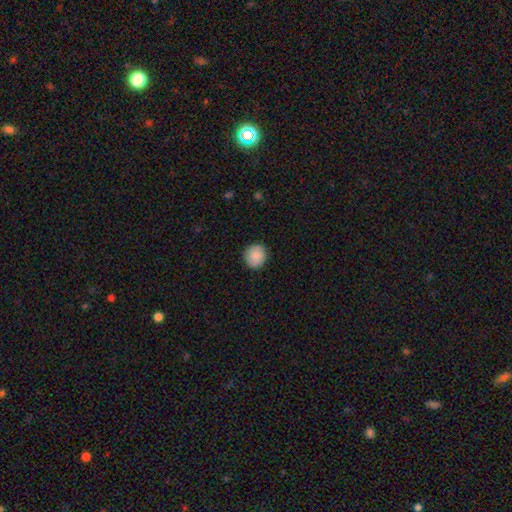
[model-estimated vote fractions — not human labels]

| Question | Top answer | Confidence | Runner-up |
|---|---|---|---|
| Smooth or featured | smooth | 88% | star or artifact (7%) |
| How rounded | round | 85% | in between (14%) |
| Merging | none | 89% | minor disturbance (8%) |